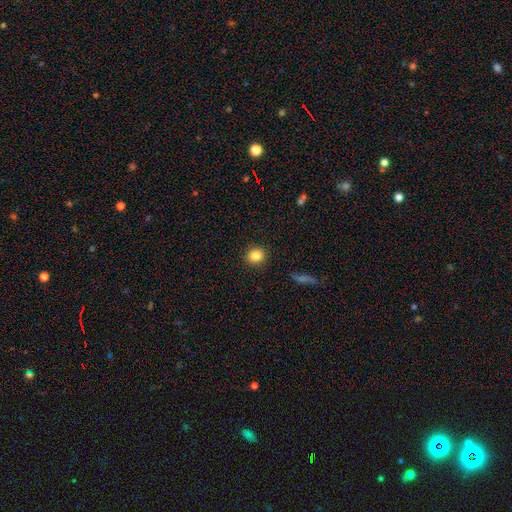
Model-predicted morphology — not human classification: type=smooth (84%); roundness=round (90%); merging=none (92%).